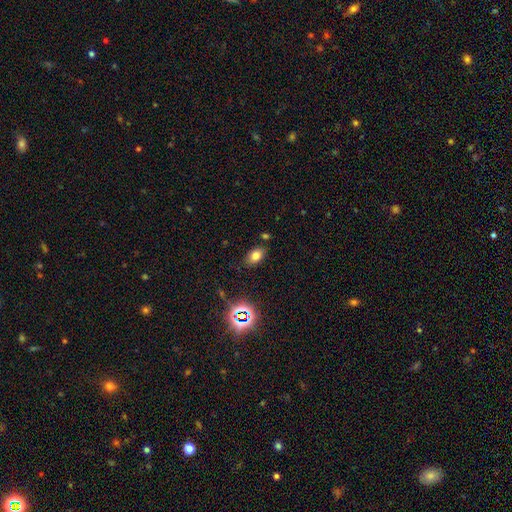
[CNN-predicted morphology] The model was most divided on "smooth or featured": smooth: 73%, star or artifact: 17%, featured or disk: 10%. More confident: how rounded — in between (87%); merging — none (81%).